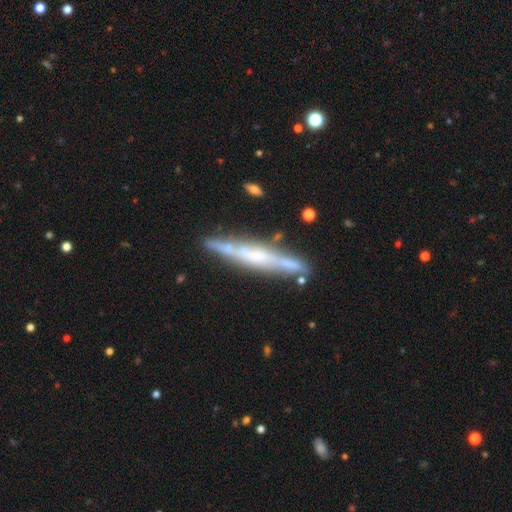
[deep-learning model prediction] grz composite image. It shows a featured or disk galaxy (71%) viewed edge-on (93%) with no central bulge (38%). Merging: none (81%).